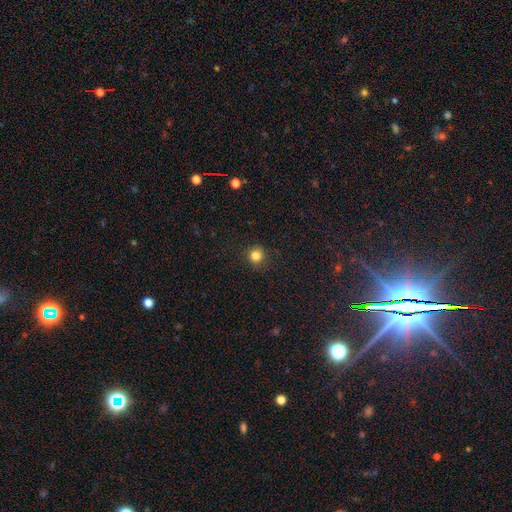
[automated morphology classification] Smooth or featured? smooth (82%)
How rounded? round (91%)
Merging? none (87%)